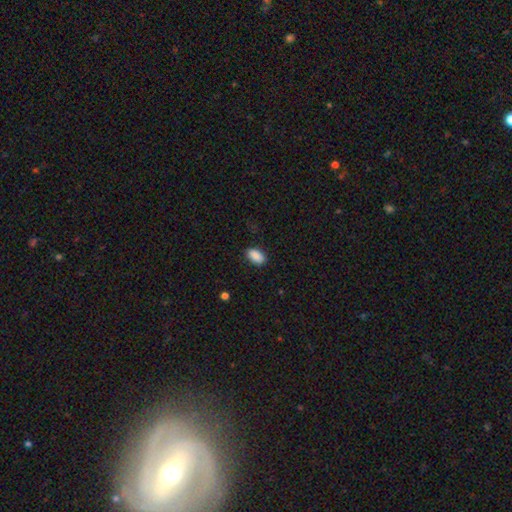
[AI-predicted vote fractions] Smooth or featured: smooth — 90% (star or artifact — 7%)
How rounded: in between — 92% (round — 5%)
Merging: none — 87% (minor disturbance — 10%)